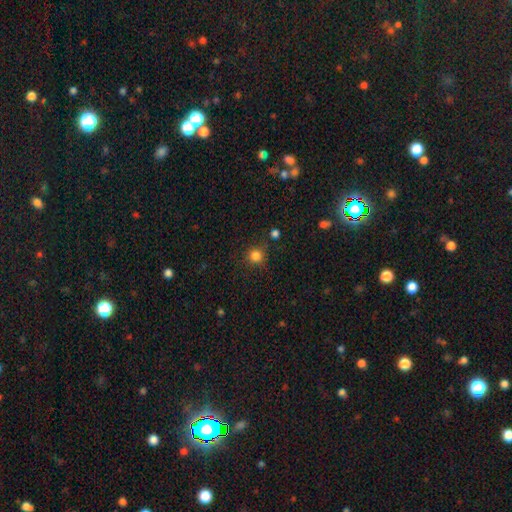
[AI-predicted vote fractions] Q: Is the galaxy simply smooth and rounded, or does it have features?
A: smooth — 83%.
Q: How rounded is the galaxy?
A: round — 93%.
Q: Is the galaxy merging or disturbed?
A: none — 85%.